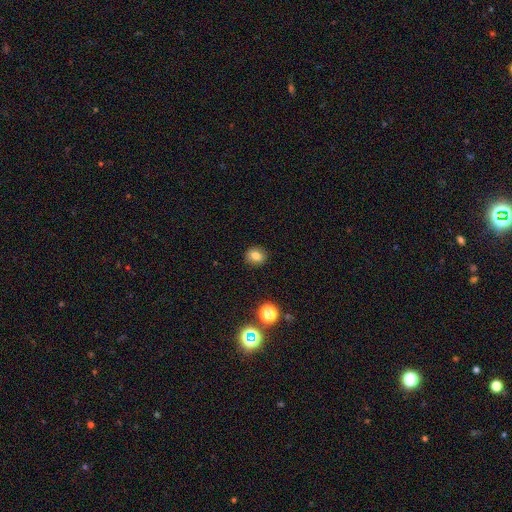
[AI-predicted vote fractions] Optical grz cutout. It shows a smooth galaxy with no disk features (79%) that is round (76%). Merging: none (89%).